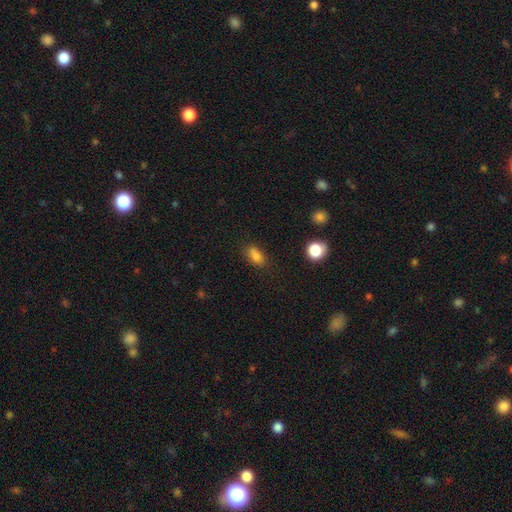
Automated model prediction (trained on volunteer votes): This appears to be a smooth galaxy with no disk features (79%) that is in between round and cigar-shaped (80%). Merging: none (63%).